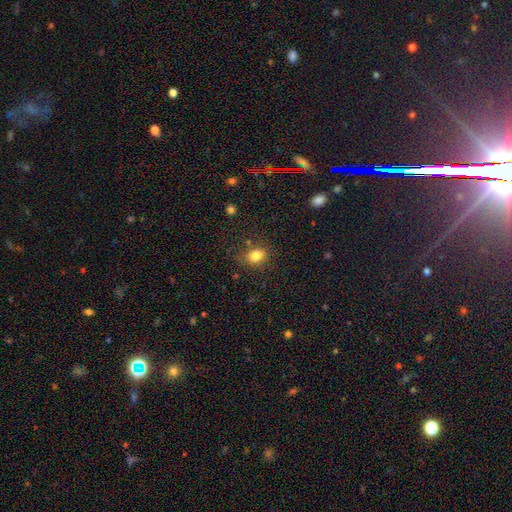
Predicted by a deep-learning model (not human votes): smooth 82%, star or artifact 11%, featured or disk 7%. Down the decision tree: how rounded — in between (59%); merging — none (76%).